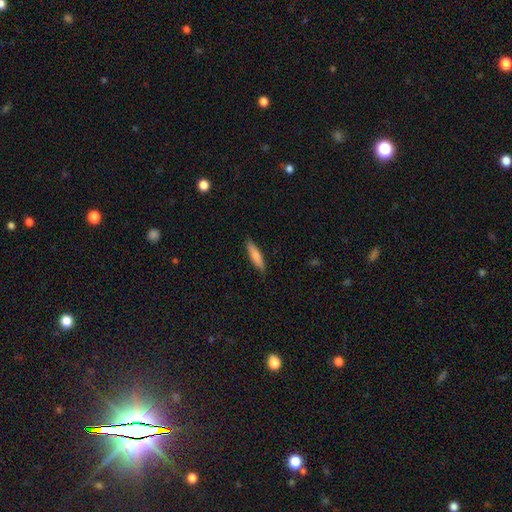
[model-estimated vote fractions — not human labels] This is likely a smooth galaxy (79%). How rounded: likely cigar-shaped (77%). Merging: clearly none (89%).